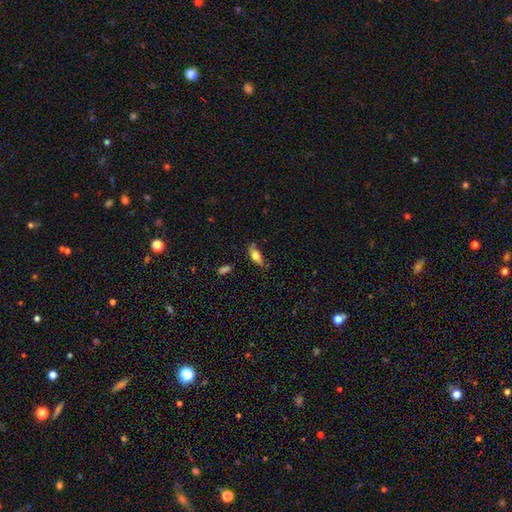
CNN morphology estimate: Smooth or featured? smooth (74%)
How rounded? in between (81%)
Merging? none (65%)